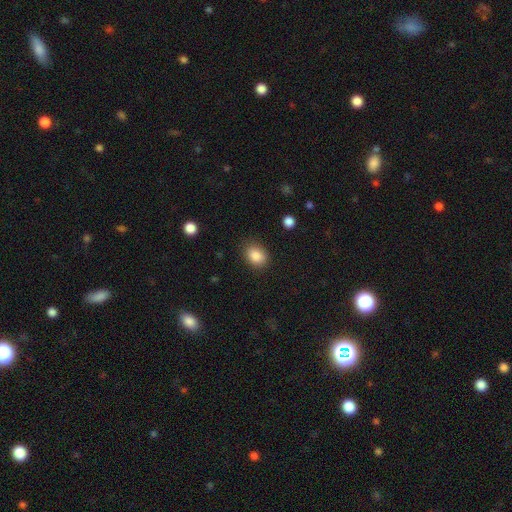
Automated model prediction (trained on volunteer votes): The model was most divided on "how rounded": in between: 58%, round: 41%, cigar-shaped: 1%. More confident: smooth or featured — smooth (87%); merging — none (83%).